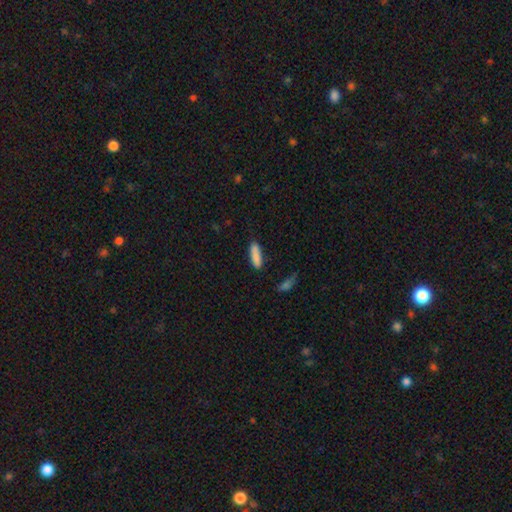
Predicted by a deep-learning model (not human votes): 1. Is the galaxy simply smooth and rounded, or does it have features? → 87% smooth, 6% star or artifact, 6% featured or disk.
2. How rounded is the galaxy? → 57% cigar-shaped, 41% in between, 2% round.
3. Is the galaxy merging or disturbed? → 82% none, 13% minor disturbance, 3% merger, 3% major disturbance.